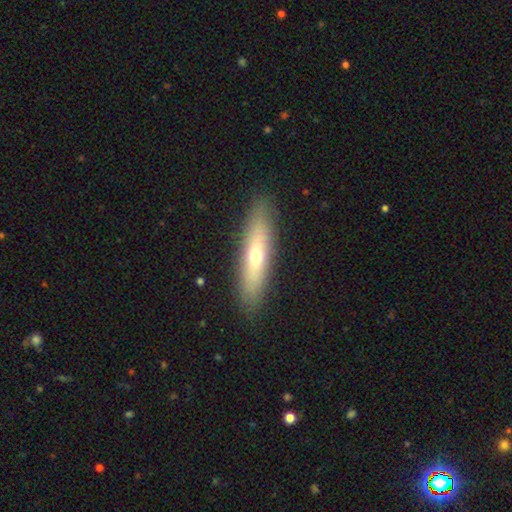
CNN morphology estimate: type=smooth (53%); roundness=cigar-shaped (76%); merging=none (89%).